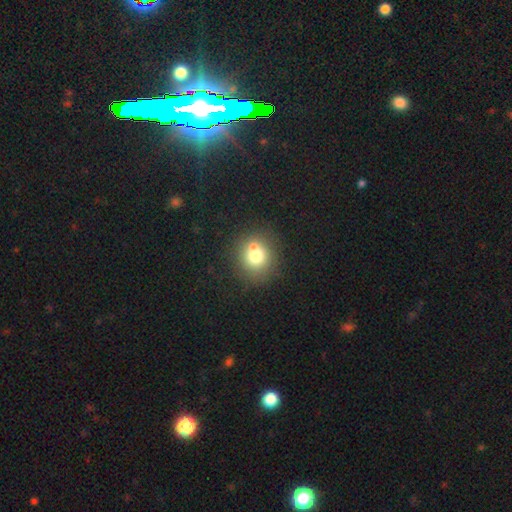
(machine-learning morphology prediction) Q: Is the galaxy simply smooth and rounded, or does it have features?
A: smooth — 71%.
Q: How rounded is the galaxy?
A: round — 85%.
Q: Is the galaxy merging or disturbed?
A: none — 58%.